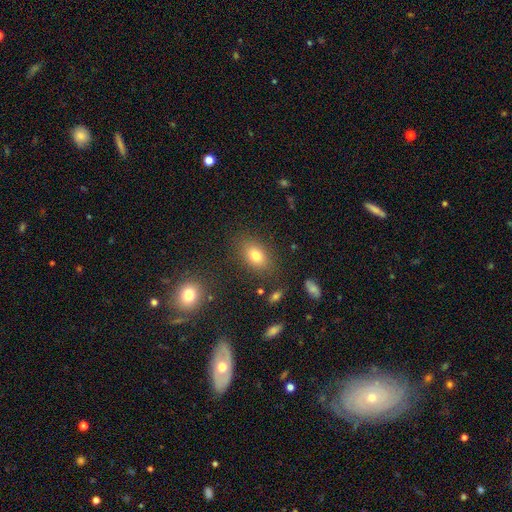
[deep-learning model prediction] A smooth galaxy with no disk features (77%) that is in between round and cigar-shaped (82%). Merging: none (83%).